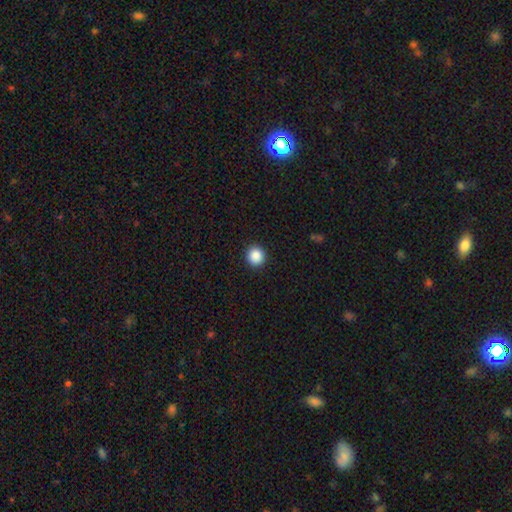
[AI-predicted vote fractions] Smooth or featured? smooth (88%)
How rounded? round (92%)
Merging? none (93%)